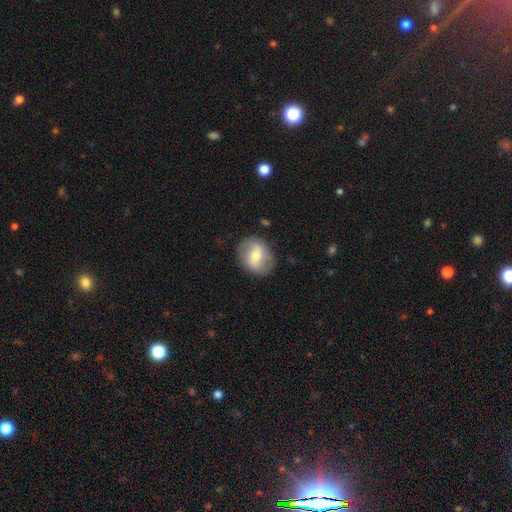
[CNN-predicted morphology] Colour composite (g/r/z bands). It shows a smooth galaxy with no disk features (47%). Merging: none (82%).